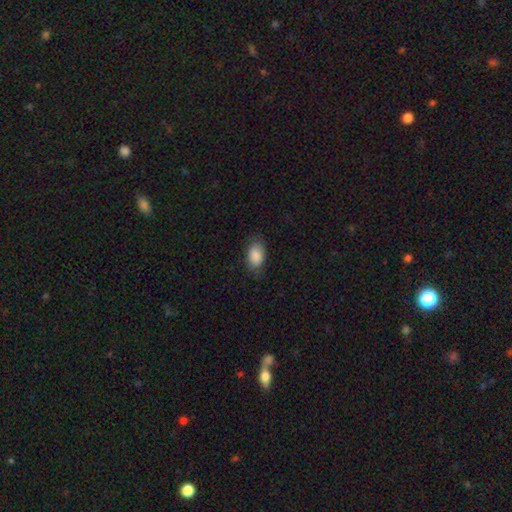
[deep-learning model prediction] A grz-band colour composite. It shows a smooth galaxy with no disk features (88%) that is in between round and cigar-shaped (91%). Merging: none (79%).